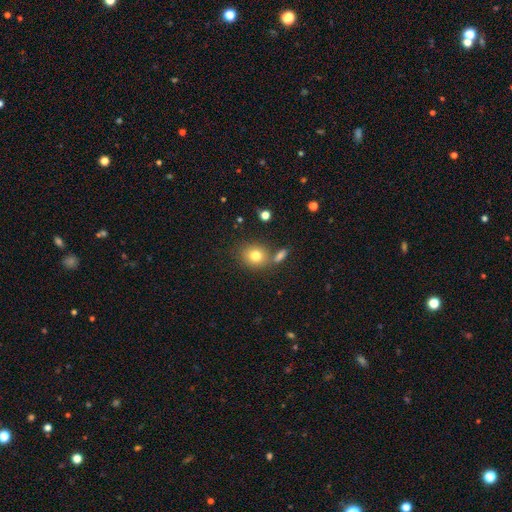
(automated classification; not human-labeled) smooth-or-featured: smooth: 78% | star or artifact: 11% | featured or disk: 11%
  how-rounded: round: 70% | in between: 29% | cigar-shaped: 1%
  merging: none: 67% | merger: 17% | minor disturbance: 12% | major disturbance: 4%